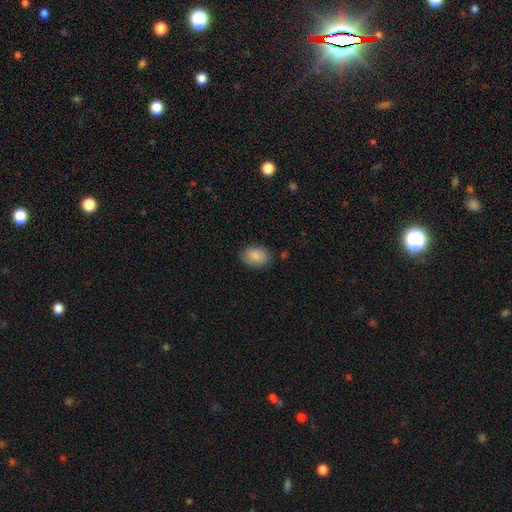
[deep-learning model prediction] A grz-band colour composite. It shows a smooth galaxy with no disk features (88%) that is in between round and cigar-shaped (81%). Merging: none (83%).